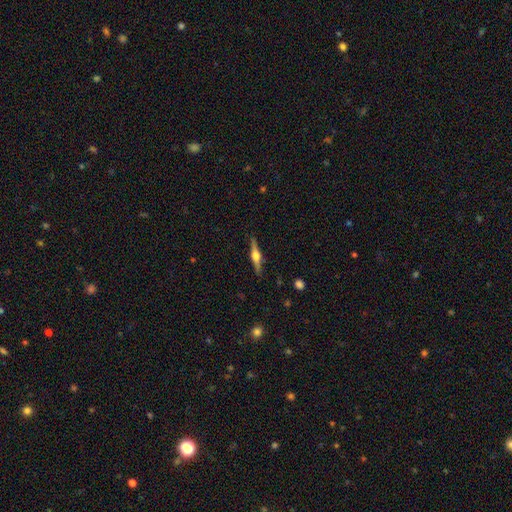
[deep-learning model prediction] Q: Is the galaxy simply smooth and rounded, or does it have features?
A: featured or disk — 77%.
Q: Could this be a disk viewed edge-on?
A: yes — 98%.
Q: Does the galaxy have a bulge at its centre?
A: rounded — 94%.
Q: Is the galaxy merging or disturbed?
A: none — 90%.